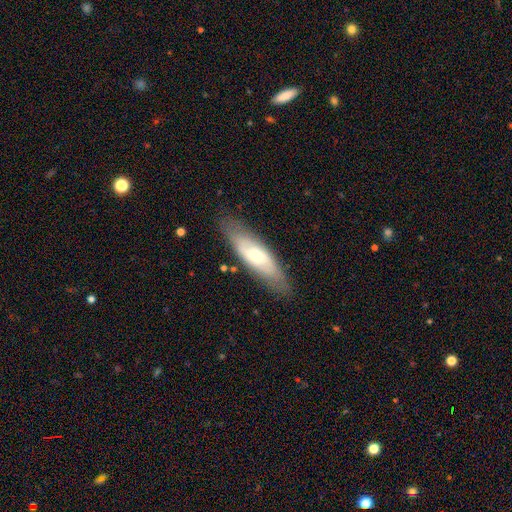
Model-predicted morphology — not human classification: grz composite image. It shows a smooth galaxy with no disk features (48%). Merging: none (82%).